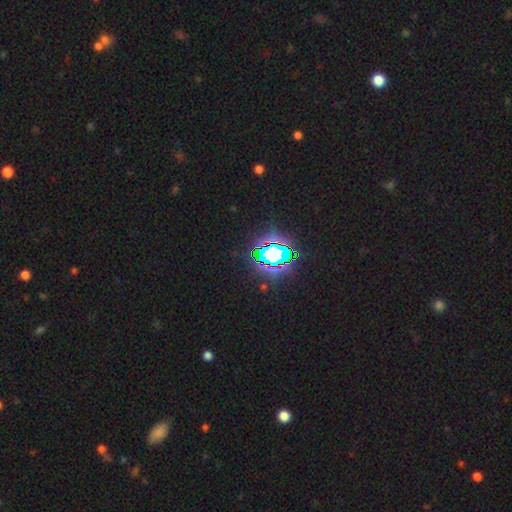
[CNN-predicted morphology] A star or artifact, not a galaxy (79%).

Vote fractions:
- Smooth or featured? star or artifact: 79% / smooth: 13% / featured or disk: 8%